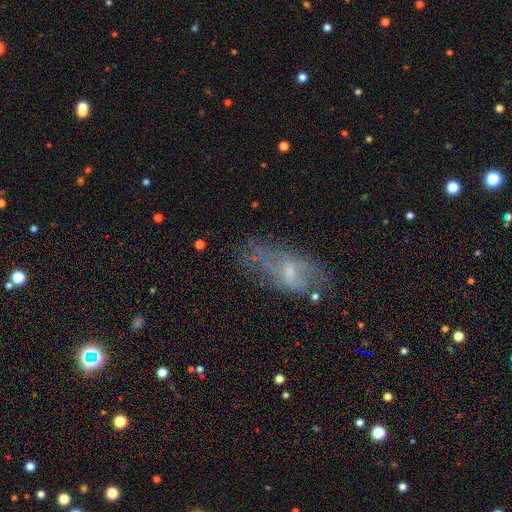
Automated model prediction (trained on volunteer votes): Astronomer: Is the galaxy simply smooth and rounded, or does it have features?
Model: featured or disk — 51% (runner-up: smooth, 38%).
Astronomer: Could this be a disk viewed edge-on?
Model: no — 85%.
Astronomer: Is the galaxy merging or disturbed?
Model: none — 51%.